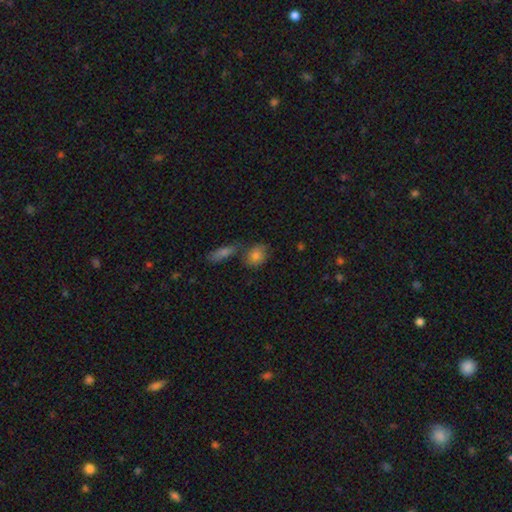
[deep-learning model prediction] smooth_or_featured: smooth (p=0.80) [alt: featured or disk p=0.10]
how_rounded: in between (p=0.48) [tied with: round p=0.48]
merging: none (p=0.59) [alt: merger p=0.22]